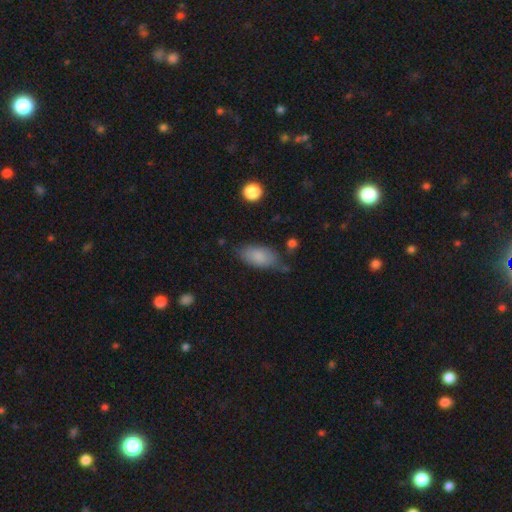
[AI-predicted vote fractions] smooth-or-featured: smooth: 83% | featured or disk: 9% | star or artifact: 8%
  how-rounded: in between: 89% | cigar-shaped: 8% | round: 3%
  merging: none: 69% | minor disturbance: 23% | major disturbance: 5% | merger: 4%